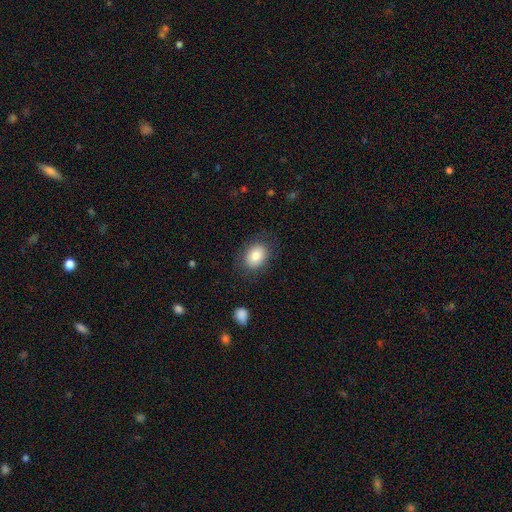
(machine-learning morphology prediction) Overall: smooth (83%). How rounded: in between (65%; round 34%). Merging: none (83%).